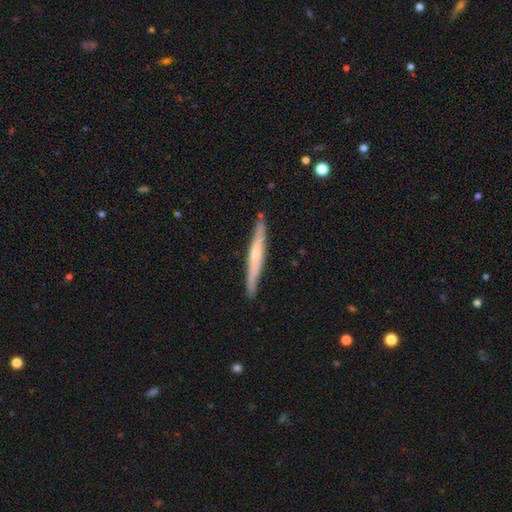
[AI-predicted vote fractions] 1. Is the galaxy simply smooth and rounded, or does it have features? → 57% featured or disk, 38% smooth, 6% star or artifact.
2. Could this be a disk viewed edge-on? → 95% yes, 5% no.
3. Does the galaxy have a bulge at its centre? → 49% rounded, 43% none, 8% boxy.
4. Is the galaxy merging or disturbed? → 88% none, 9% minor disturbance, 1% major disturbance, 1% merger.